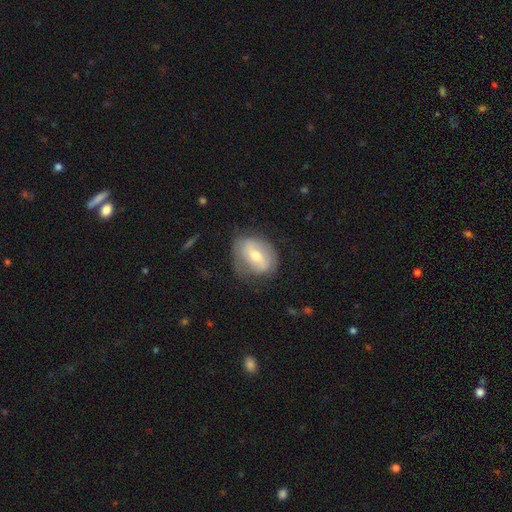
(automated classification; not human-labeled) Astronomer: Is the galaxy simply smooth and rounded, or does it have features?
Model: featured or disk — 52% (runner-up: smooth, 41%).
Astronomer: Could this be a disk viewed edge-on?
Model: no — 93%.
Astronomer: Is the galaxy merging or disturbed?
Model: none — 66%.